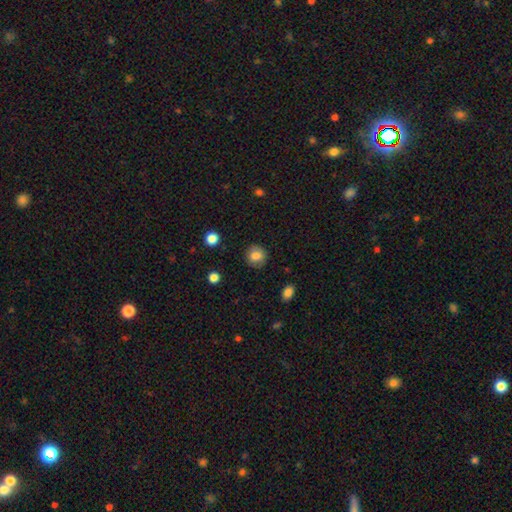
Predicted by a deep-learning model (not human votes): Smooth or featured?
  - smooth: 82% *
  - star or artifact: 9%
  - featured or disk: 9%
How rounded?
  - round: 87% *
  - in between: 12%
  - cigar-shaped: 1%
Merging?
  - none: 87% *
  - minor disturbance: 9%
  - major disturbance: 3%
  - merger: 1%